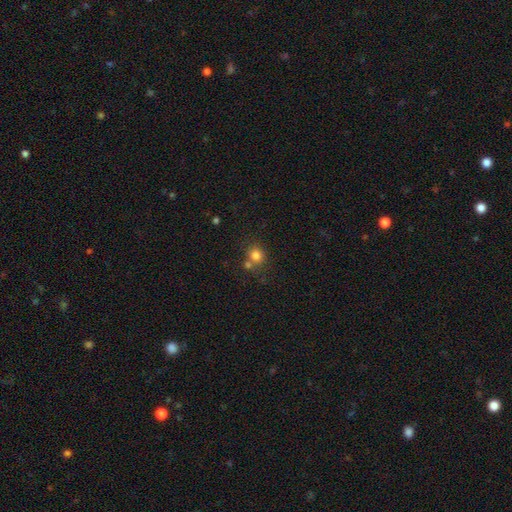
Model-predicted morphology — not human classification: Smooth or featured: smooth — 80% (star or artifact — 13%)
How rounded: round — 84% (in between — 15%)
Merging: none — 60% (merger — 27%)